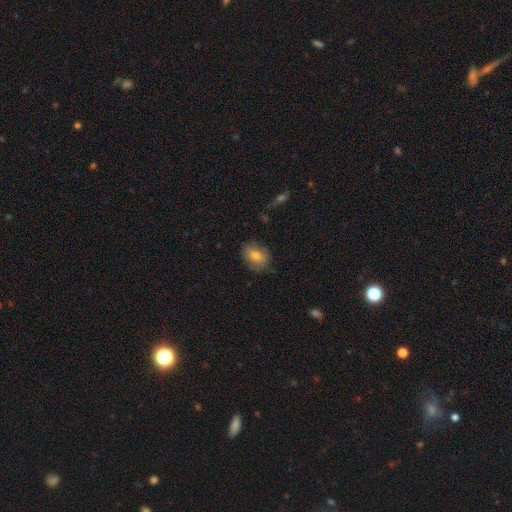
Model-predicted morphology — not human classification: A smooth galaxy with no disk features (71%) that is in between round and cigar-shaped (65%).

Vote fractions:
- Smooth or featured? smooth: 71% / featured or disk: 21% / star or artifact: 9%
- How rounded? in between: 65% / round: 34% / cigar-shaped: 1%
- Merging? none: 73% / minor disturbance: 21% / major disturbance: 5% / merger: 1%